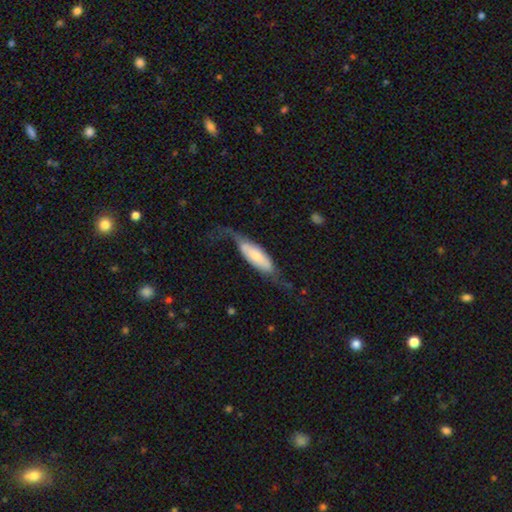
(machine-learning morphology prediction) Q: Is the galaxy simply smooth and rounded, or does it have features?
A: featured or disk — 48%.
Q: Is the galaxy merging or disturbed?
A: none — 40%.